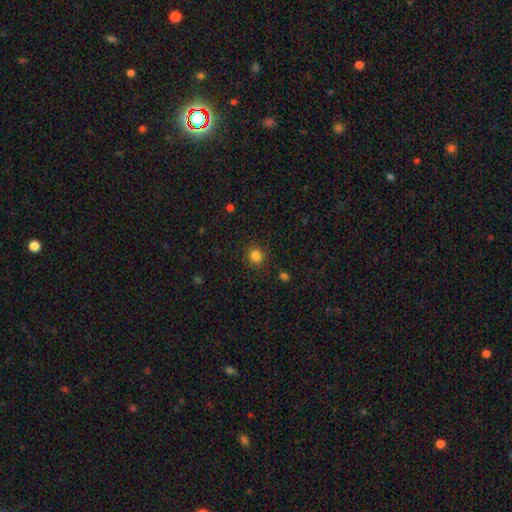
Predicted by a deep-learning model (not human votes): A smooth galaxy with no disk features (83%) that is round (85%).

Vote fractions:
- Smooth or featured? smooth: 83% / star or artifact: 12% / featured or disk: 5%
- How rounded? round: 85% / in between: 15% / cigar-shaped: 1%
- Merging? none: 87% / minor disturbance: 9% / major disturbance: 3% / merger: 1%